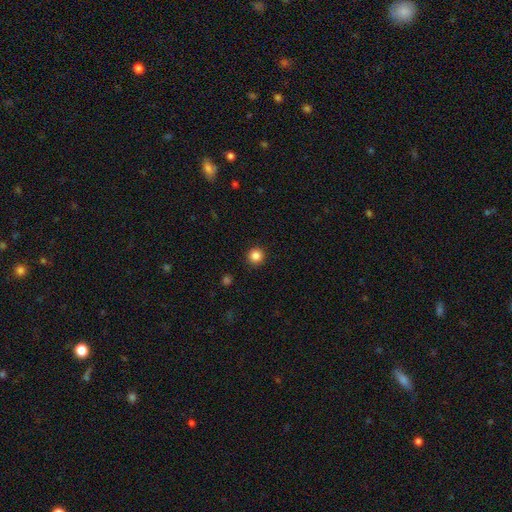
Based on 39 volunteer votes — This is clearly a smooth galaxy (87%). How rounded: clearly round (100%). Merging: clearly none (91%).